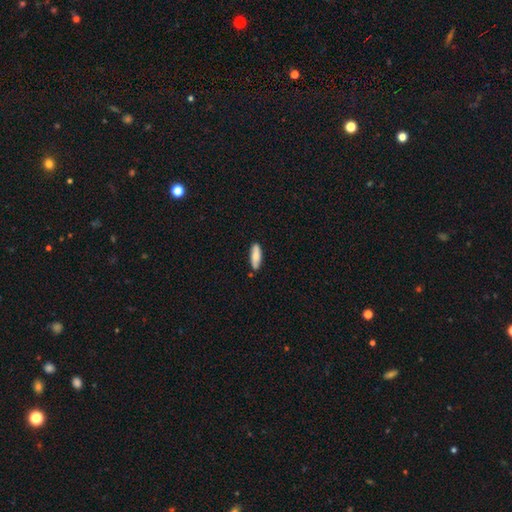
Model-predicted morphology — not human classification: smooth_or_featured: smooth (p=0.79) [alt: featured or disk p=0.15]
how_rounded: in between (p=0.50) [alt: cigar-shaped p=0.48]
merging: none (p=0.81) [alt: minor disturbance p=0.14]